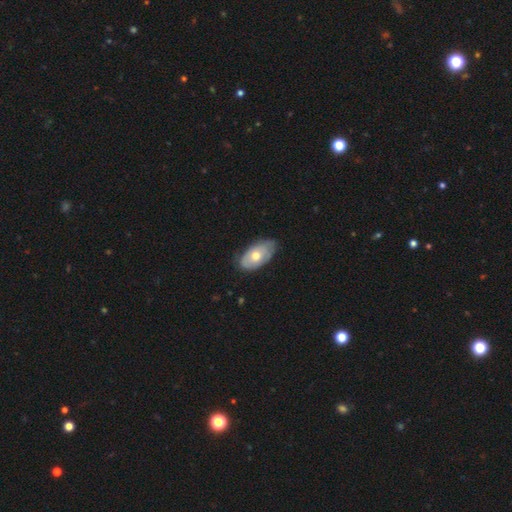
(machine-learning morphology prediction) Smooth or featured? Predicted: smooth (p=0.55). How rounded? Predicted: in between (p=0.93). Merging? Predicted: none (p=0.67).